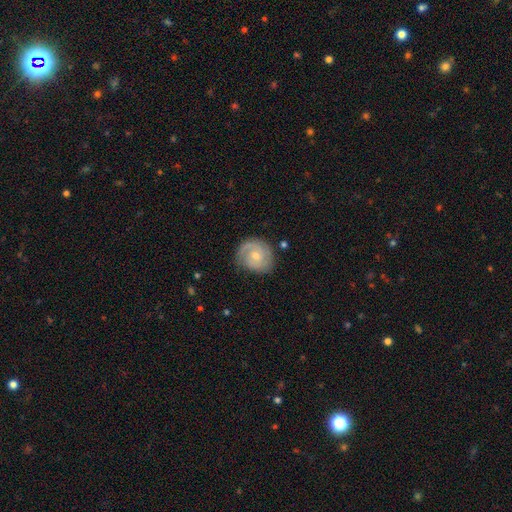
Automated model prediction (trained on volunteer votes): smooth_or_featured: featured or disk (p=0.76) [alt: smooth p=0.18]
disk_edge_on: no (p=0.98) [alt: yes p=0.02]
bar: no (p=0.71) [alt: weak p=0.26]
has_spiral_arms: yes (p=0.94) [alt: no p=0.06]
spiral_winding: tight (p=0.65) [alt: medium p=0.28]
spiral_arm_count: 2 (p=0.56) [alt: can't tell p=0.16]
bulge_size: small (p=0.55) [alt: moderate p=0.41]
merging: none (p=0.76) [alt: minor disturbance p=0.17]